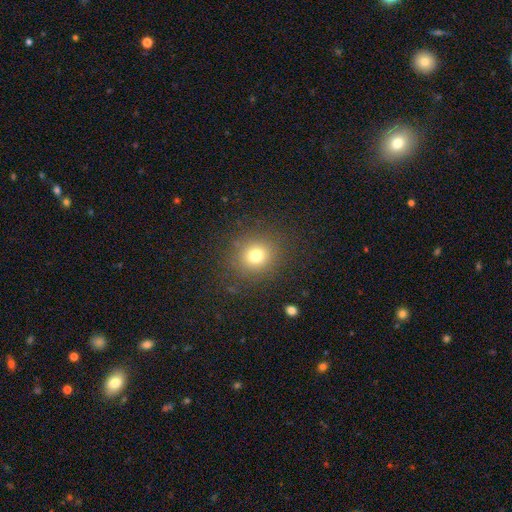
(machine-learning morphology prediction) This appears to be a smooth galaxy with no disk features (74%) that is round (84%). Merging: none (86%).